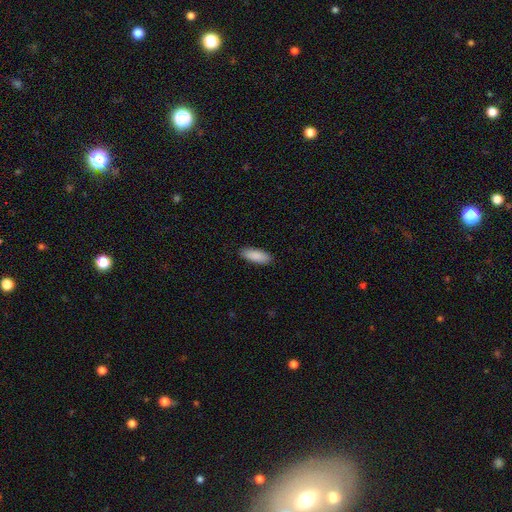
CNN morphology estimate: Smooth or featured?
  - smooth: 90% *
  - star or artifact: 6%
  - featured or disk: 4%
How rounded?
  - in between: 72% *
  - cigar-shaped: 27%
  - round: 2%
Merging?
  - none: 89% *
  - minor disturbance: 8%
  - major disturbance: 2%
  - merger: 1%